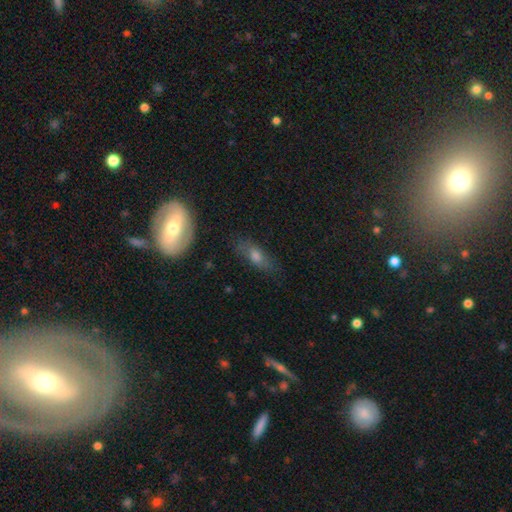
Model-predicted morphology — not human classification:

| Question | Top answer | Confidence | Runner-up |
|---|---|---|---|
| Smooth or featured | smooth | 51% | featured or disk (36%) |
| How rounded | in between | 58% | cigar-shaped (33%) |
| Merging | none | 70% | minor disturbance (19%) |